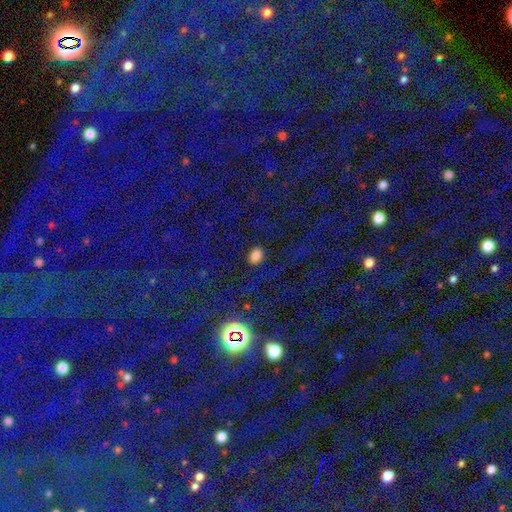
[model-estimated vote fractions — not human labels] Q: Smooth or featured?
A: smooth (71%); runner-up: star or artifact (23%)
Q: How rounded?
A: in between (73%); runner-up: round (25%)
Q: Merging?
A: none (86%); runner-up: minor disturbance (9%)